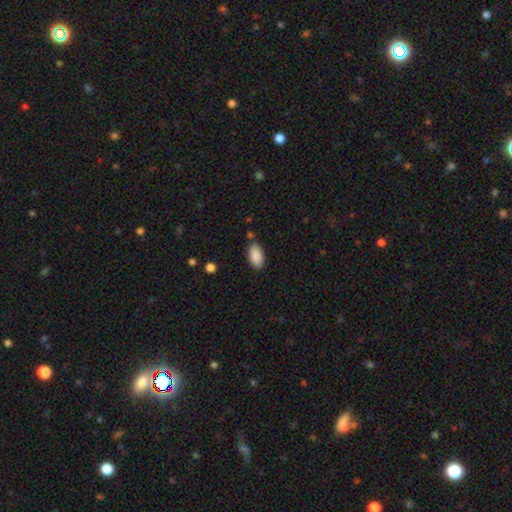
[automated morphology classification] Smooth or featured: smooth — 90% (star or artifact — 6%)
How rounded: in between — 94% (cigar-shaped — 3%)
Merging: none — 82% (minor disturbance — 13%)